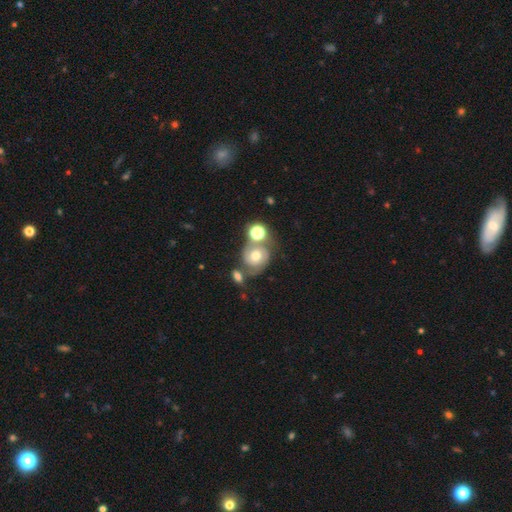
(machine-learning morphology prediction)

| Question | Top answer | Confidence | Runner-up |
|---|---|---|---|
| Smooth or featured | featured or disk | 61% | smooth (28%) |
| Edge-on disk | no | 97% | yes (3%) |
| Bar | no | 74% | weak (21%) |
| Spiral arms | yes | 87% | no (13%) |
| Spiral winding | medium | 43% | tight (42%) |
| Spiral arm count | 2 | 80% | can't tell (10%) |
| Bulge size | moderate | 69% | small (16%) |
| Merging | none | 47% | merger (26%) |